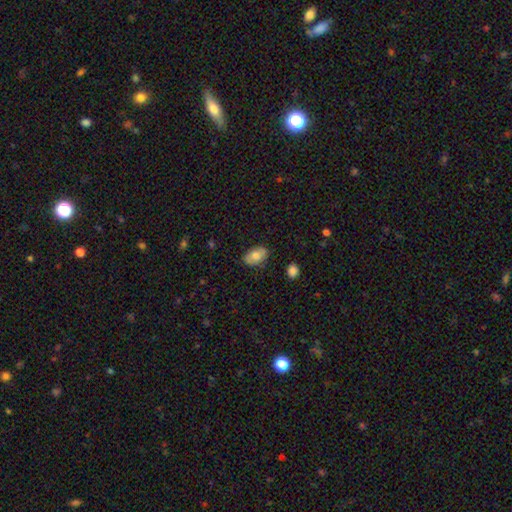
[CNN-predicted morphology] This appears to be a smooth galaxy with no disk features (72%) that is in between round and cigar-shaped (89%). Merging: none (83%).